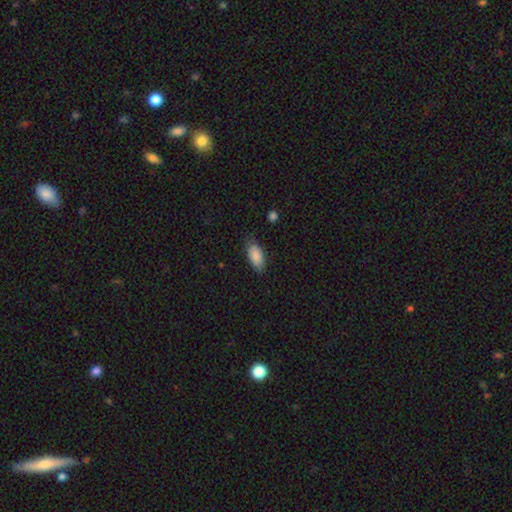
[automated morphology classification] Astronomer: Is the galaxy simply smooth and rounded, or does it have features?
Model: smooth — 88%.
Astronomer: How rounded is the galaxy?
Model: in between — 90%.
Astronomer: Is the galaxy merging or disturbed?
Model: none — 77%.